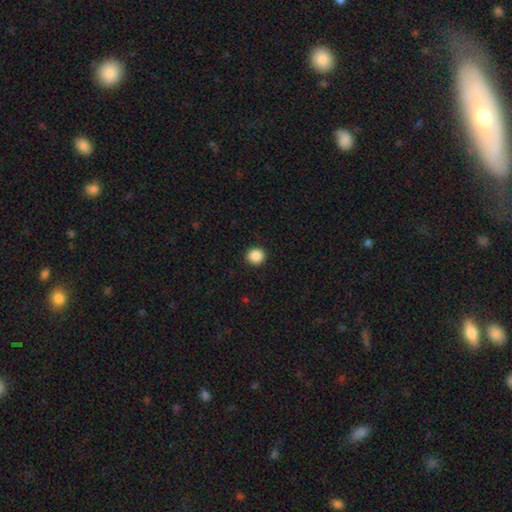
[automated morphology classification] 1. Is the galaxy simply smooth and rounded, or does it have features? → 88% smooth, 9% star or artifact, 3% featured or disk.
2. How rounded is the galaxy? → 92% round, 7% in between, 1% cigar-shaped.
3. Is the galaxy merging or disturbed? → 93% none, 5% minor disturbance, 2% major disturbance, 1% merger.